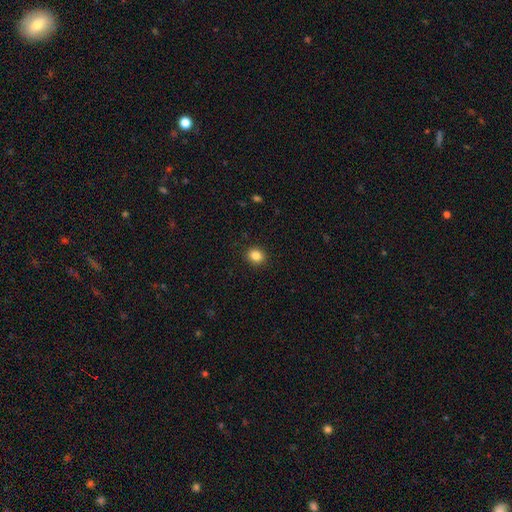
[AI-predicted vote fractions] Overall: smooth (85%). How rounded: round (74%). Merging: none (91%).